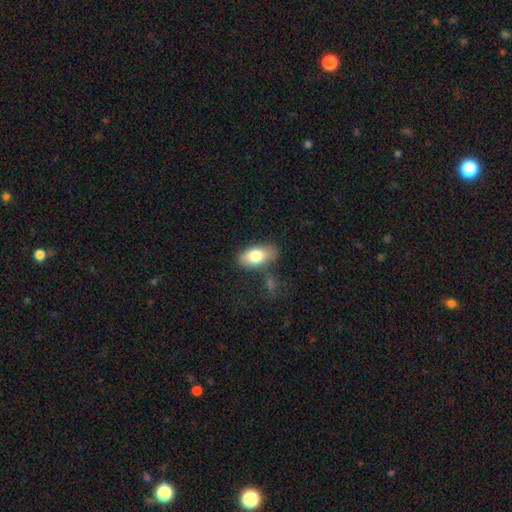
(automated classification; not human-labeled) The model was most divided on "merging": none: 76%, minor disturbance: 15%, merger: 5%, major disturbance: 4%. More confident: how rounded — in between (91%); smooth or featured — smooth (78%).